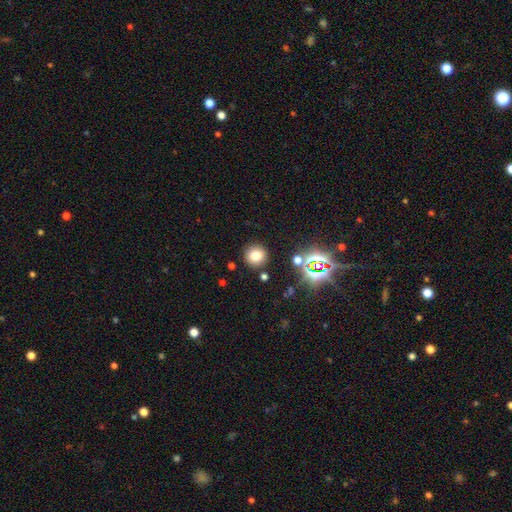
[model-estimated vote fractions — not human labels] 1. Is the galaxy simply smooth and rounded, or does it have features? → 72% smooth, 19% star or artifact, 9% featured or disk.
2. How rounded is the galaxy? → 94% round, 5% in between, 1% cigar-shaped.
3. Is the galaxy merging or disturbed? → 89% none, 6% minor disturbance, 3% merger, 2% major disturbance.